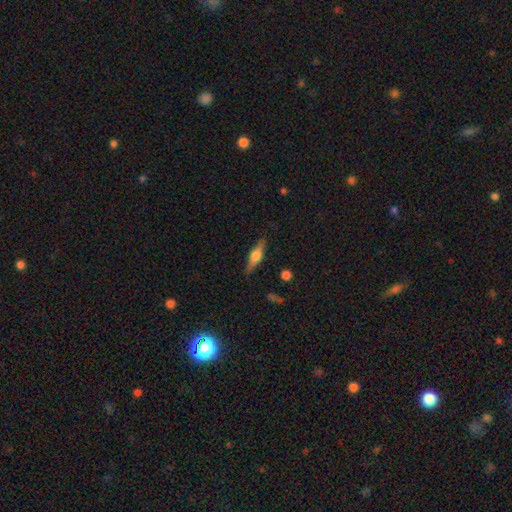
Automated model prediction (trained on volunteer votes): smooth-or-featured: featured or disk: 53% | smooth: 41% | star or artifact: 6%
  disk-edge-on: yes: 94% | no: 6%
  merging: none: 86% | minor disturbance: 10% | major disturbance: 2% | merger: 1%